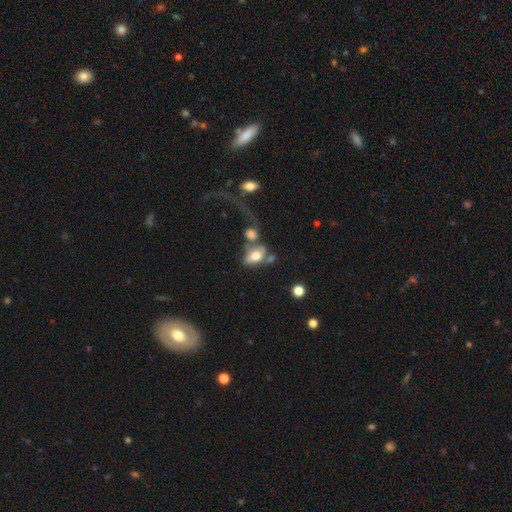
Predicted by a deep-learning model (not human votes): Smooth or featured: smooth — 57% (featured or disk — 32%)
How rounded: in between — 83% (round — 13%)
Merging: merger — 45% (none — 23%)